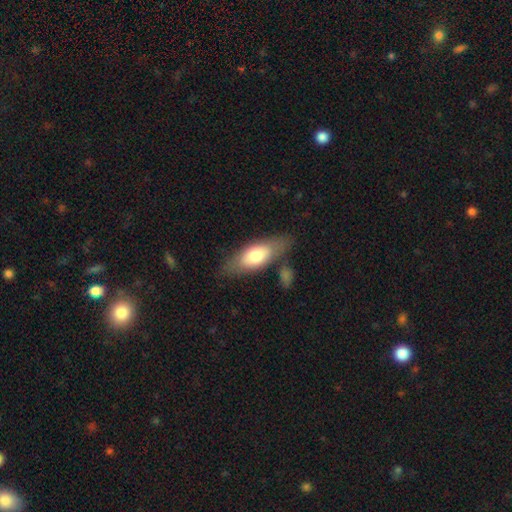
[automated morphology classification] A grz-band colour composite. It shows a smooth galaxy with no disk features (68%) that is in between round and cigar-shaped (74%). Merging: none (69%).